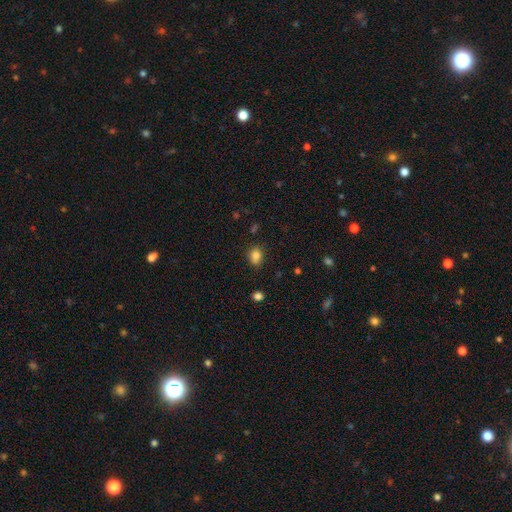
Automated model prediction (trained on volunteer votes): smooth 83%, star or artifact 12%, featured or disk 6%. Down the decision tree: how rounded — round (55%); merging — none (70%).